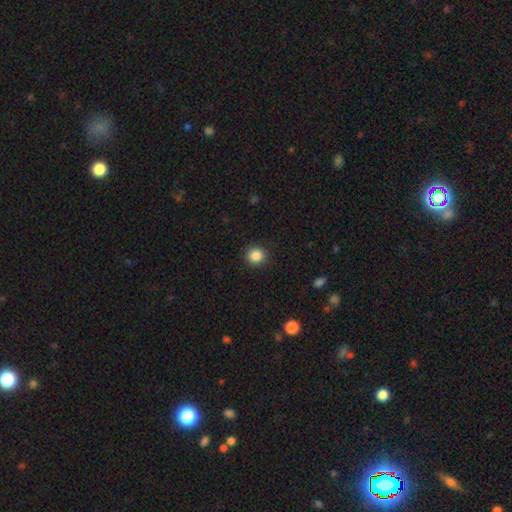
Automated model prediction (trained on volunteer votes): Q: Smooth or featured?
A: smooth (86%); runner-up: star or artifact (10%)
Q: How rounded?
A: round (89%); runner-up: in between (10%)
Q: Merging?
A: none (91%); runner-up: minor disturbance (6%)